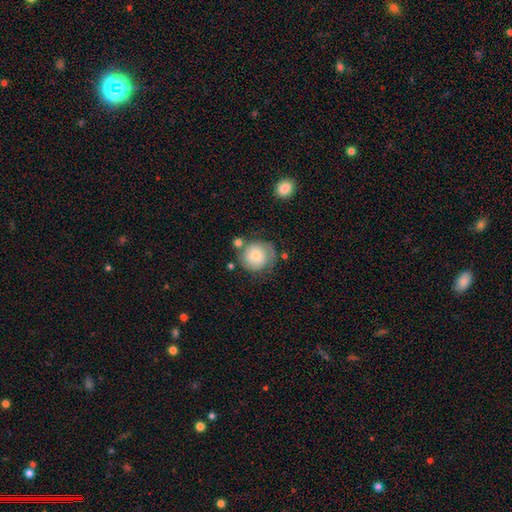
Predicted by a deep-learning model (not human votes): smooth_or_featured: smooth (p=0.64) [alt: featured or disk p=0.29]
how_rounded: round (p=0.89) [alt: in between p=0.10]
merging: none (p=0.56) [alt: minor disturbance p=0.22]